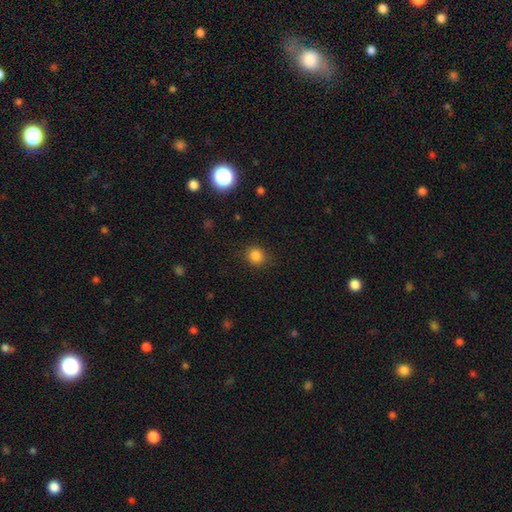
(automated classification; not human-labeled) Morphology: type=smooth (84%); roundness=round (84%); merging=none (85%).